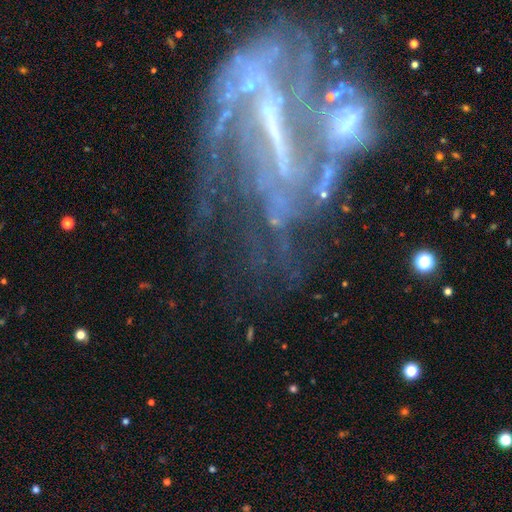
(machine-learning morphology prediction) Smooth or featured? featured or disk (77%)
Edge-on disk? no (92%)
Bar? strong (48%)
Spiral arms? yes (65%)
Bulge size? small (40%, tied with none)
Merging? none (33%)